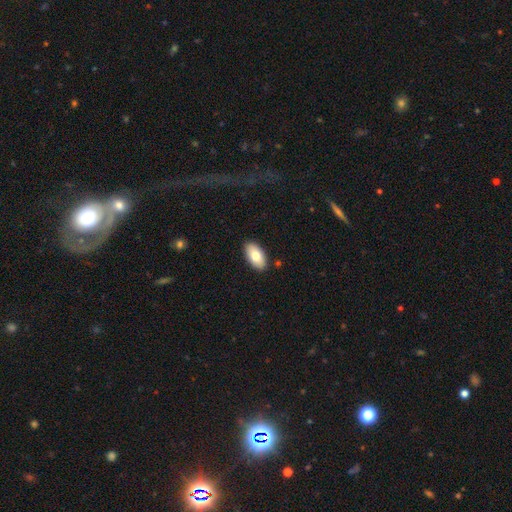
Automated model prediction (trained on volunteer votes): Smooth or featured? Predicted: smooth (p=0.78). How rounded? Predicted: in between (p=0.94). Merging? Predicted: none (p=0.88).